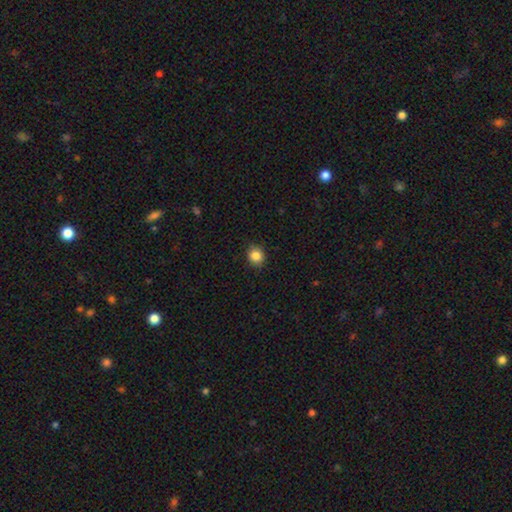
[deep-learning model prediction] Overall: smooth (86%). How rounded: round (81%). Merging: none (89%).